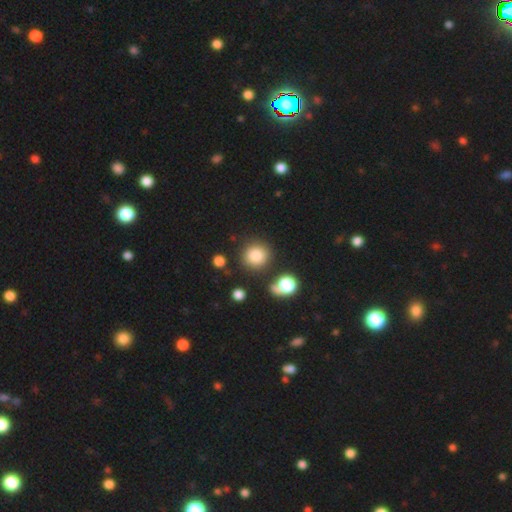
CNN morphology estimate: This appears to be a smooth galaxy with no disk features (83%) that is round (90%). Merging: none (80%).